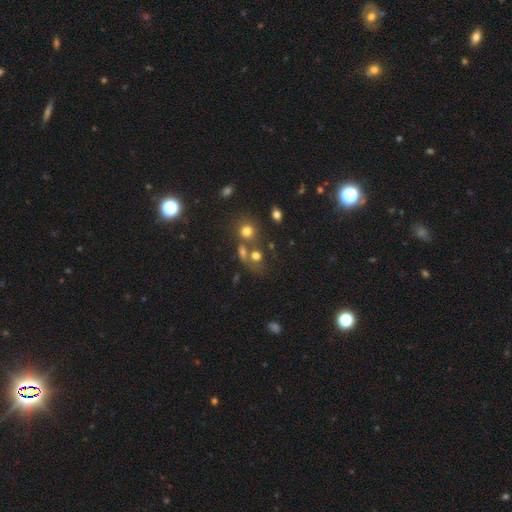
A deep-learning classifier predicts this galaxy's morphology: Smooth or featured? smooth (65%)
How rounded? round (63%)
Merging? none (40%)